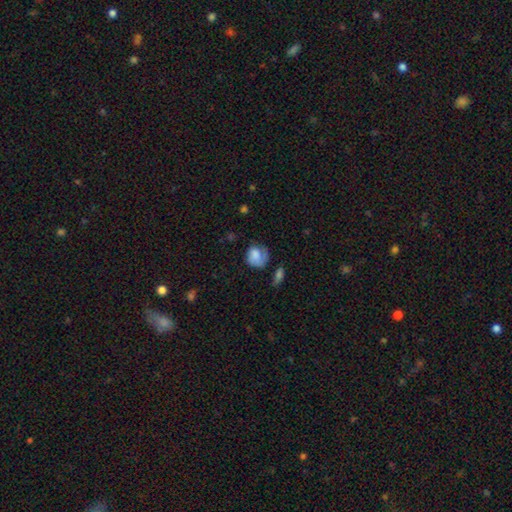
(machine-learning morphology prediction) This appears to be a smooth galaxy with no disk features (70%) that is round (69%). Merging: none (44%).